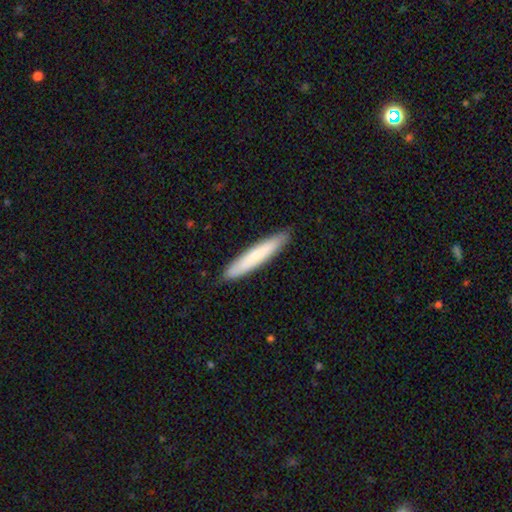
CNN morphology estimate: smooth 71%, featured or disk 24%, star or artifact 5%. Down the decision tree: how rounded — cigar-shaped (93%); merging — none (89%).